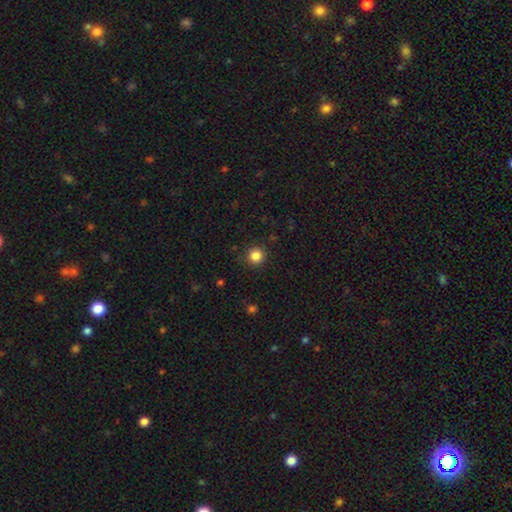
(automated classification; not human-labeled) Morphology: type=smooth (85%); roundness=round (94%); merging=none (90%).